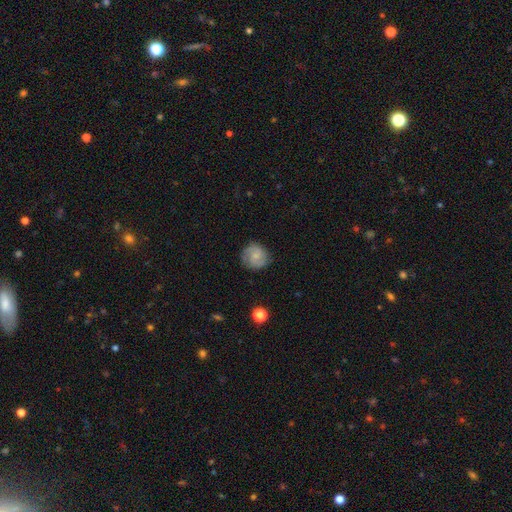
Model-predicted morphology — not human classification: Smooth or featured? Predicted: featured or disk (p=0.59). Edge-on disk? Predicted: no (p=0.98). Bar? Predicted: no (p=0.52). Spiral arms? Predicted: yes (p=0.93). Spiral winding? Predicted: medium (p=0.46). Spiral arm count? Predicted: 2 (p=0.76). Bulge size? Predicted: small (p=0.49). Merging? Predicted: none (p=0.82).